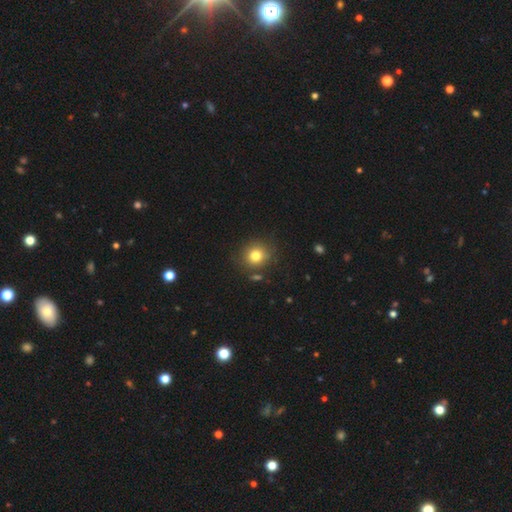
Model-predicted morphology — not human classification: smooth 79%, star or artifact 12%, featured or disk 8%. Down the decision tree: how rounded — round (87%); merging — none (82%).